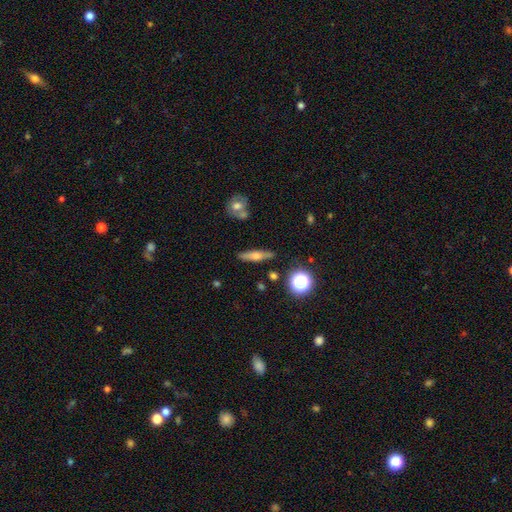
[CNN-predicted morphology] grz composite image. It shows a smooth galaxy with no disk features (49%). Merging: none (82%).